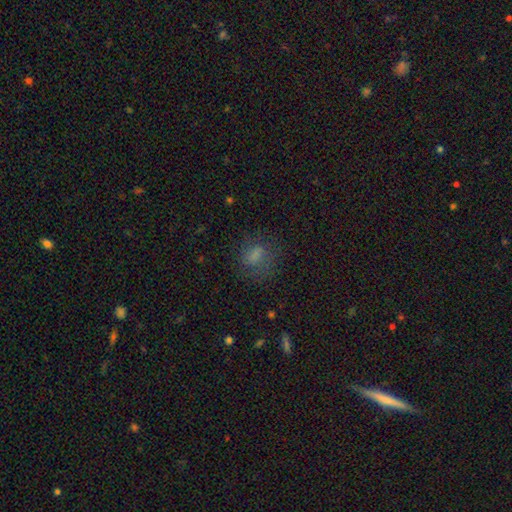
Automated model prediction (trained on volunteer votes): This appears to be a smooth galaxy with no disk features (68%) that is in between round and cigar-shaped (59%). Merging: none (60%).